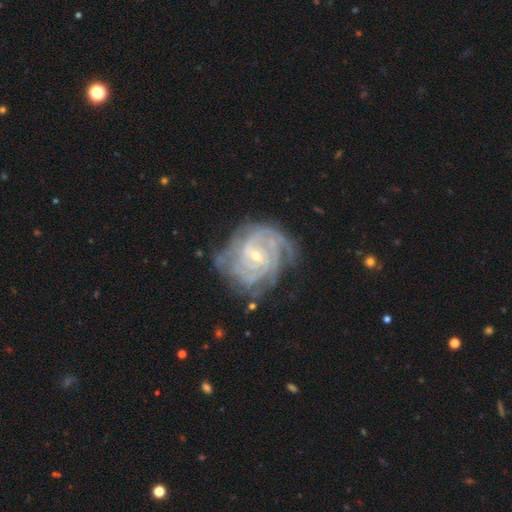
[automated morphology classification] A featured or disk galaxy (91%) with a weak bar (44%), 4 (26%) tight (75%) spiral arms (98%) and a small central bulge (67%). Merging: none (67%).